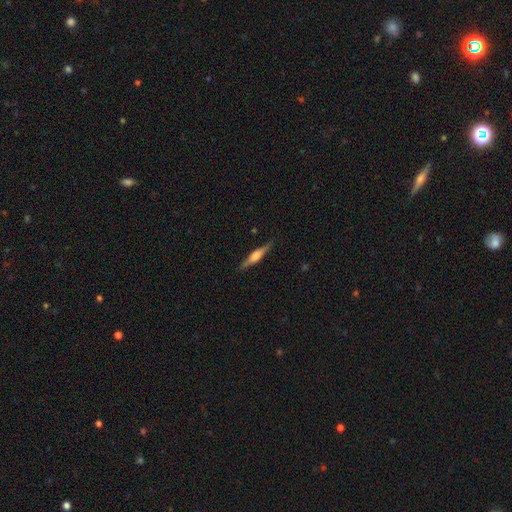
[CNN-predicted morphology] smooth-or-featured: featured or disk: 63% | smooth: 31% | star or artifact: 6%
  disk-edge-on: yes: 97% | no: 3%
    edge-on-bulge: rounded: 71% | boxy: 24% | none: 6%
  merging: none: 88% | minor disturbance: 9% | major disturbance: 2% | merger: 1%